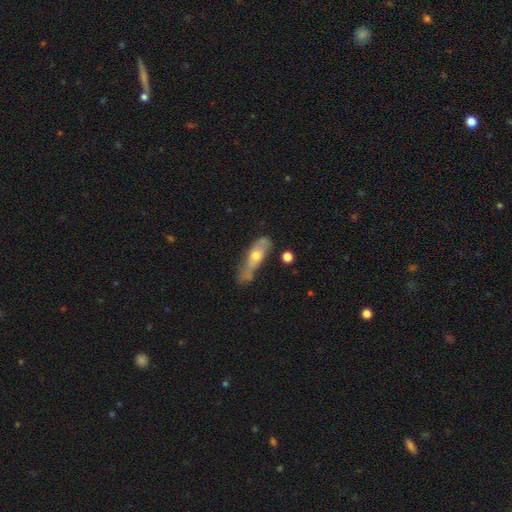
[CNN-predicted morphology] type=featured or disk (49%); merging=none (39%).